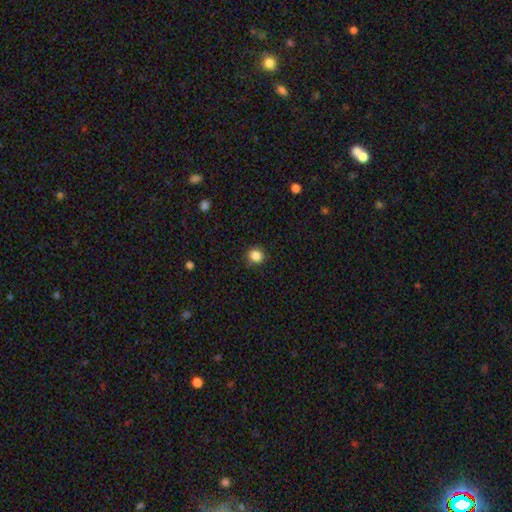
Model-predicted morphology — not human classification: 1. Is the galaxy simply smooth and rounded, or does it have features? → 86% smooth, 11% star or artifact, 3% featured or disk.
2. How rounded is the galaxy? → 86% round, 13% in between, 1% cigar-shaped.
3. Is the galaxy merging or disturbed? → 89% none, 8% minor disturbance, 2% major disturbance, 1% merger.